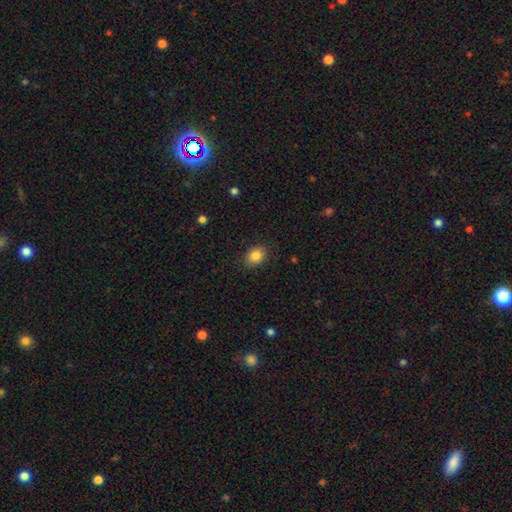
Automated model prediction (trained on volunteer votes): Smooth or featured? Predicted: smooth (p=0.85). How rounded? Predicted: in between (p=0.61). Merging? Predicted: none (p=0.86).